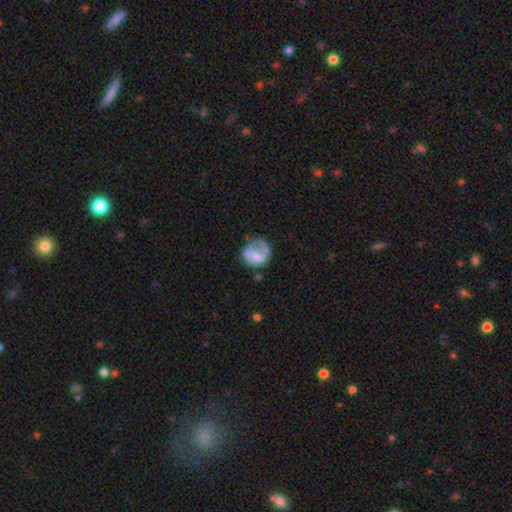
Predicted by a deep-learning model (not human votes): Overall: smooth (54%; featured or disk 38%). How rounded: round (77%). Merging: none (43%; minor disturbance 27%).